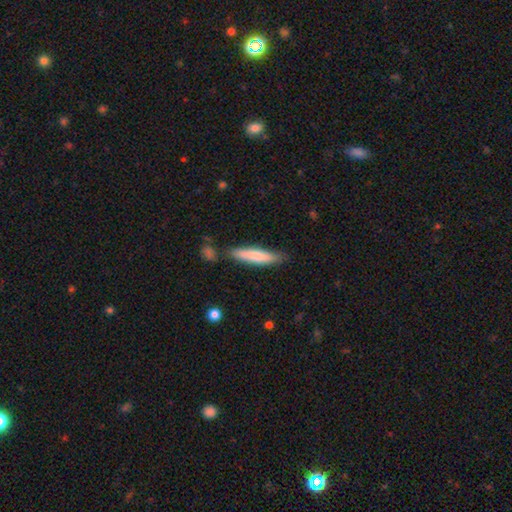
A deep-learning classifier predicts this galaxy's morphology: Q: Smooth or featured?
A: smooth (75%); runner-up: featured or disk (19%)
Q: How rounded?
A: cigar-shaped (84%); runner-up: in between (15%)
Q: Merging?
A: none (75%); runner-up: minor disturbance (15%)